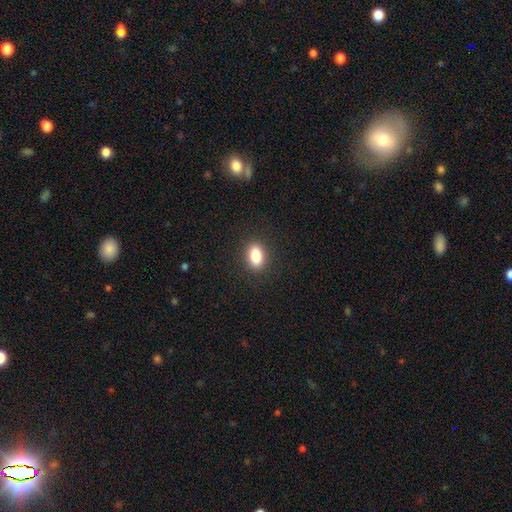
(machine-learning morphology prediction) smooth_or_featured: smooth (p=0.86) [alt: star or artifact p=0.09]
how_rounded: in between (p=0.85) [alt: round p=0.12]
merging: none (p=0.89) [alt: minor disturbance p=0.08]